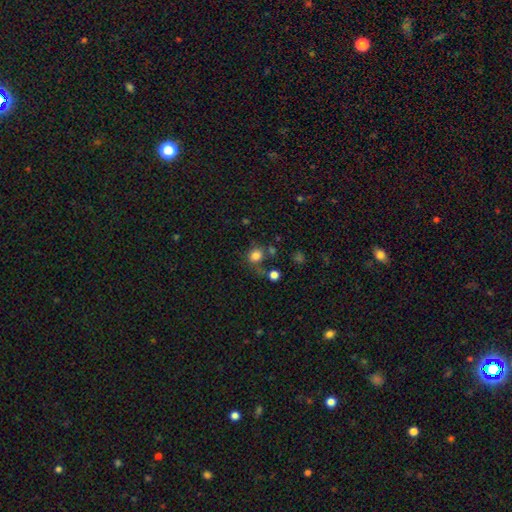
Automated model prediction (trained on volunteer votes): This is likely a smooth galaxy (80%). How rounded: likely round (79%). Merging: likely none (62%).